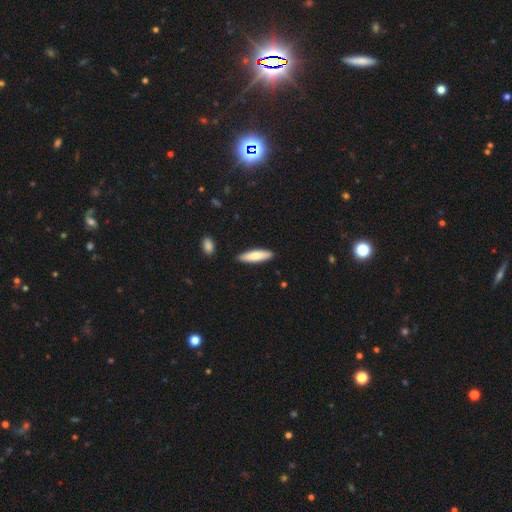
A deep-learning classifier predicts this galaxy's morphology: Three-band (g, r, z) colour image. It shows a smooth galaxy with no disk features (74%) that is cigar-shaped (67%). Merging: none (87%).